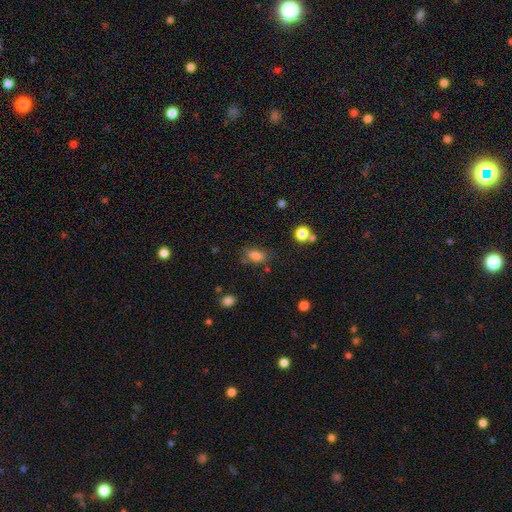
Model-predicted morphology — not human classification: smooth_or_featured: smooth (p=0.81) [alt: star or artifact p=0.12]
how_rounded: in between (p=0.83) [alt: round p=0.12]
merging: none (p=0.68) [alt: minor disturbance p=0.19]